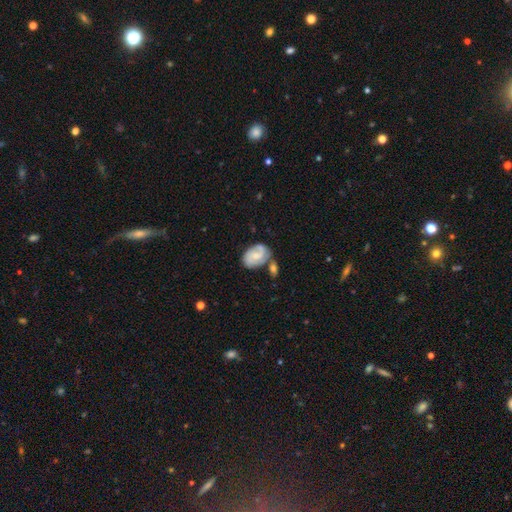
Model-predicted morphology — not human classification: A featured or disk galaxy (58%) with no bar (62%), spiral arms (86%) and a small central bulge (45%). Merging: none (48%).